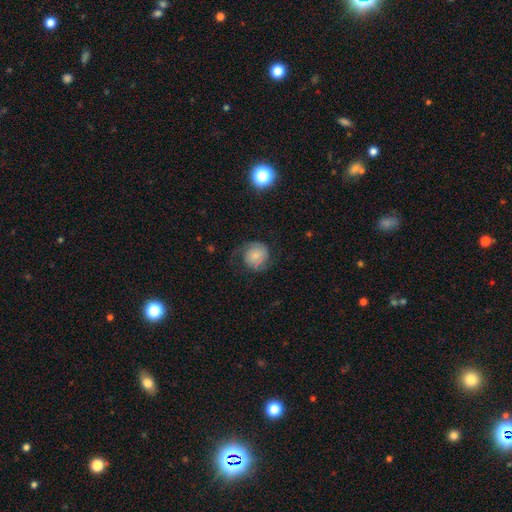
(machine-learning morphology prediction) A featured or disk galaxy (46%). Merging: none (55%).